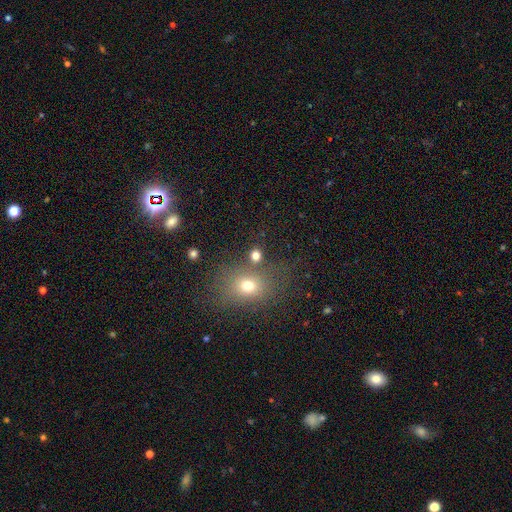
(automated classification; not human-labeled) The model was most divided on "how rounded": round: 69%, in between: 29%, cigar-shaped: 2%. More confident: merging — none (71%); smooth or featured — smooth (71%).